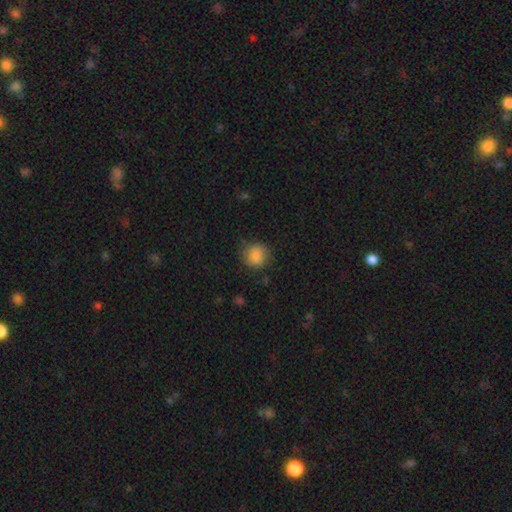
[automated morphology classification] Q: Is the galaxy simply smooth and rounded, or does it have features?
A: smooth — 87%.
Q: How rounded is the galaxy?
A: round — 83%.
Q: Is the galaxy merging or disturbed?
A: none — 79%.